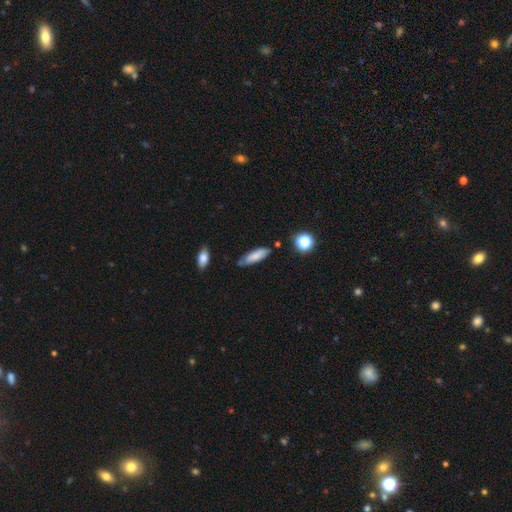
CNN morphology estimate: Smooth or featured? smooth (76%)
How rounded? cigar-shaped (53%)
Merging? none (69%)